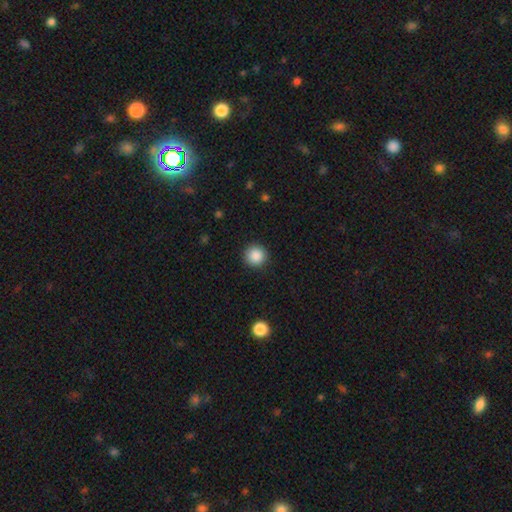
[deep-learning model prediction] Overall: smooth (88%). How rounded: round (95%). Merging: none (92%).